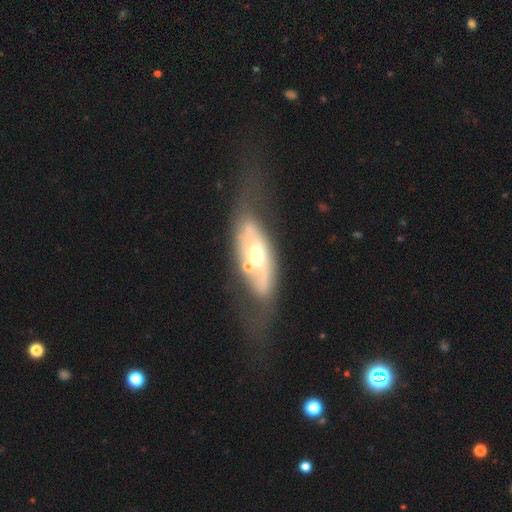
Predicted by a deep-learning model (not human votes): Smooth or featured? Predicted: featured or disk (p=0.67). Edge-on disk? Predicted: no (p=0.75). Bar? Predicted: no (p=0.59). Spiral arms? Predicted: no (p=0.56). Bulge size? Predicted: moderate (p=0.64). Merging? Predicted: none (p=0.40).